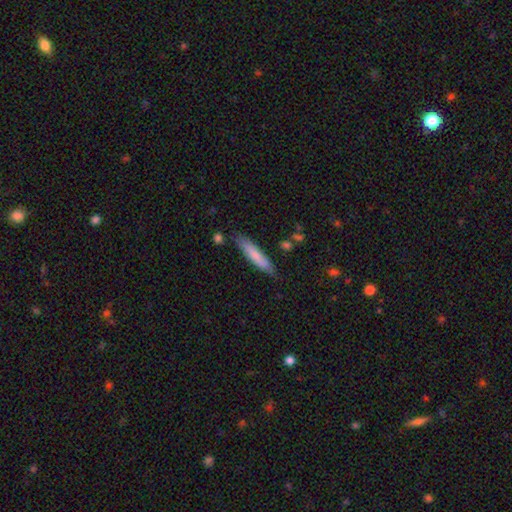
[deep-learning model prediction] A smooth galaxy with no disk features (76%) that is cigar-shaped (86%).

Vote fractions:
- Smooth or featured? smooth: 76% / featured or disk: 18% / star or artifact: 6%
- How rounded? cigar-shaped: 86% / in between: 12% / round: 1%
- Merging? none: 80% / minor disturbance: 15% / merger: 3% / major disturbance: 3%